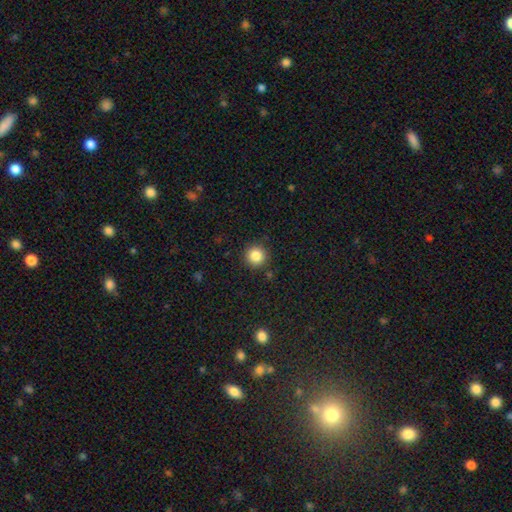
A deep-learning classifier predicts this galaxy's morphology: A smooth galaxy with no disk features (84%) that is round (95%). Merging: none (90%).